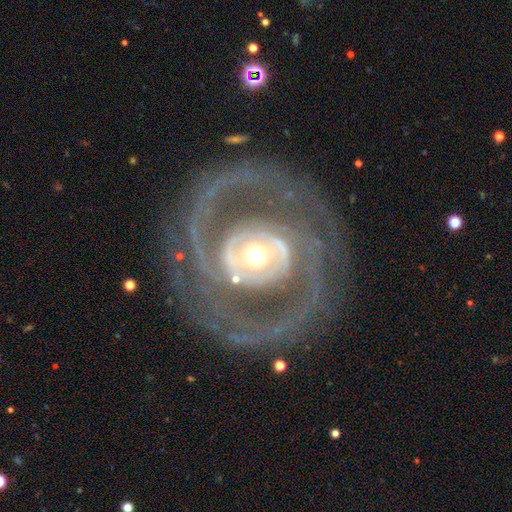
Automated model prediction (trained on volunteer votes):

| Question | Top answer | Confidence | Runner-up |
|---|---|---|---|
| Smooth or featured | featured or disk | 89% | smooth (6%) |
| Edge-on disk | no | 97% | yes (3%) |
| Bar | no | 51% | weak (28%) |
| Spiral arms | yes | 93% | no (7%) |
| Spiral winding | tight | 49% | medium (40%) |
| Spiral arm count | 2 | 68% | can't tell (10%) |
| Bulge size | moderate | 59% | small (26%) |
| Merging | none | 77% | minor disturbance (12%) |